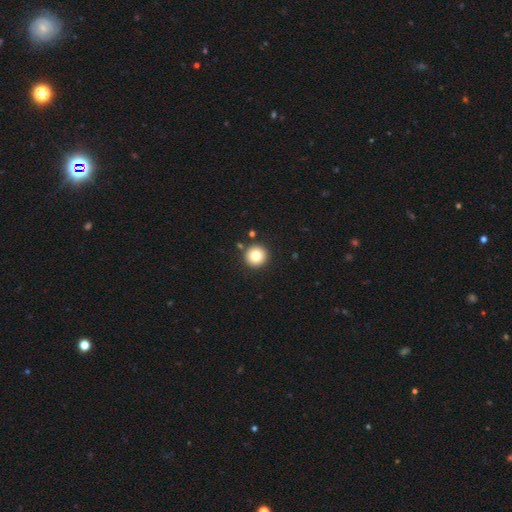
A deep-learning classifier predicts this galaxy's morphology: Q: Smooth or featured?
A: smooth (80%); runner-up: star or artifact (10%)
Q: How rounded?
A: round (96%); runner-up: in between (3%)
Q: Merging?
A: none (89%); runner-up: minor disturbance (5%)